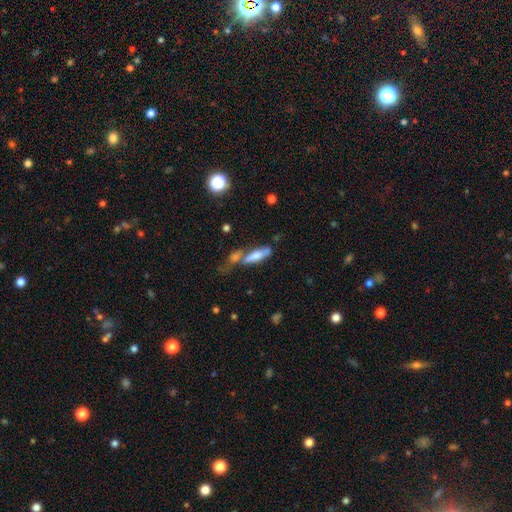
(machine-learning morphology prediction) The model was most divided on "how rounded": cigar-shaped: 54%, in between: 43%, round: 2%. Remaining: smooth or featured — smooth (63%); merging — merger (42%).